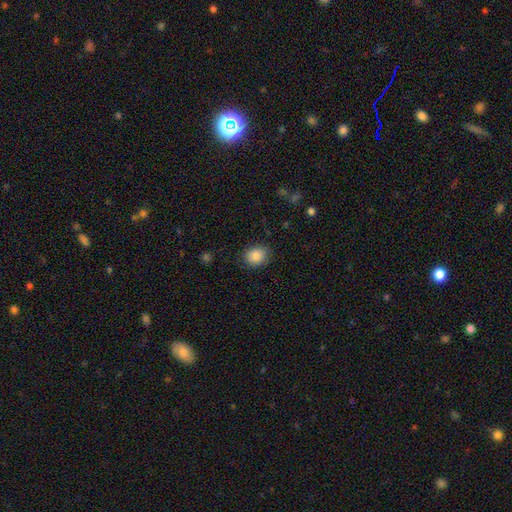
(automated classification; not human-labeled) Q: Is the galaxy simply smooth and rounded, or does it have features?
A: smooth — 85%.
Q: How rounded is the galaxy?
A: round — 64%.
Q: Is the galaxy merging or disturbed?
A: none — 85%.